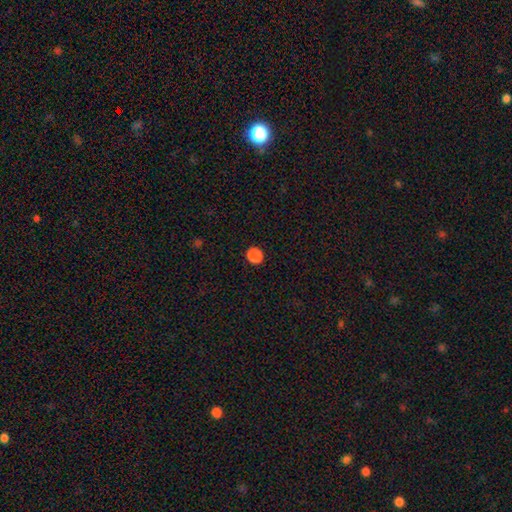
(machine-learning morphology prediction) smooth_or_featured: smooth (p=0.88) [alt: star or artifact p=0.10]
how_rounded: round (p=0.83) [alt: in between p=0.16]
merging: none (p=0.92) [alt: minor disturbance p=0.05]